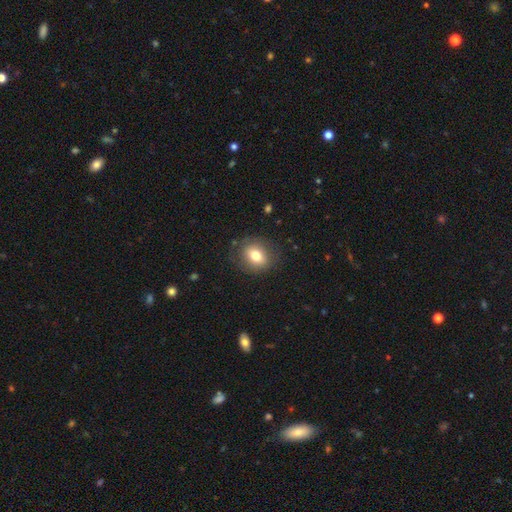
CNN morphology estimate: Smooth or featured?
  - smooth: 75% *
  - featured or disk: 15%
  - star or artifact: 10%
How rounded?
  - round: 57% *
  - in between: 42%
  - cigar-shaped: 1%
Merging?
  - none: 82% *
  - minor disturbance: 12%
  - major disturbance: 5%
  - merger: 1%